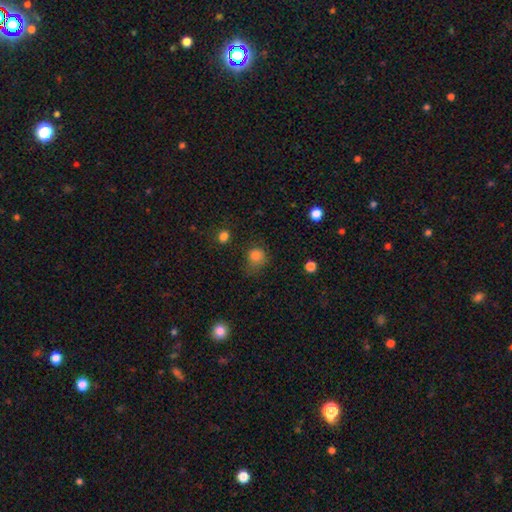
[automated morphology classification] Smooth or featured: smooth — 82% (star or artifact — 13%)
How rounded: round — 76% (in between — 23%)
Merging: none — 51% (minor disturbance — 29%)